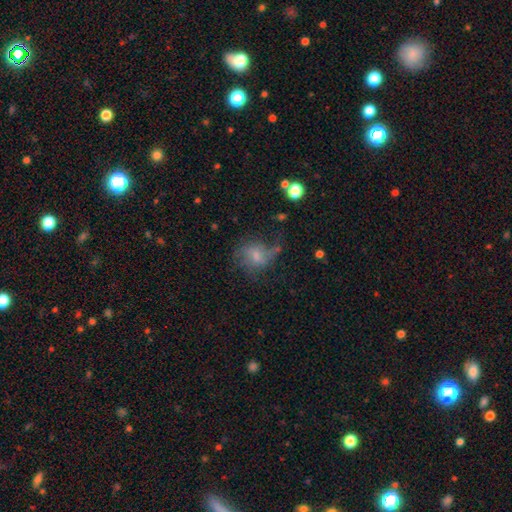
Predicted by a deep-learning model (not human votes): This is possibly a featured or disk galaxy (46%). Merging: possibly none (52%).